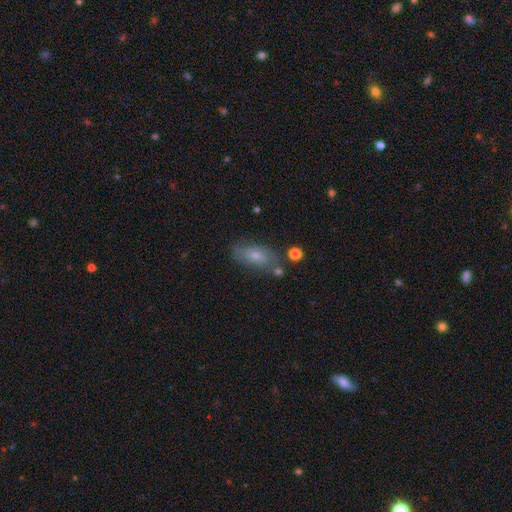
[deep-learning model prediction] Overall: smooth (49%; featured or disk 41%). Merging: none (67%).